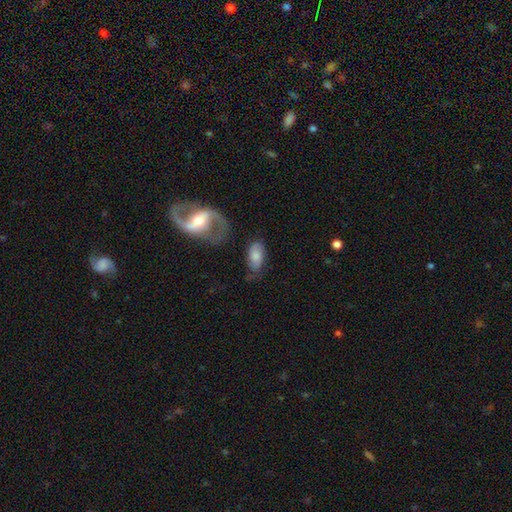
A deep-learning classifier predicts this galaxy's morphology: Smooth or featured? smooth (59%)
How rounded? in between (92%)
Merging? none (61%)